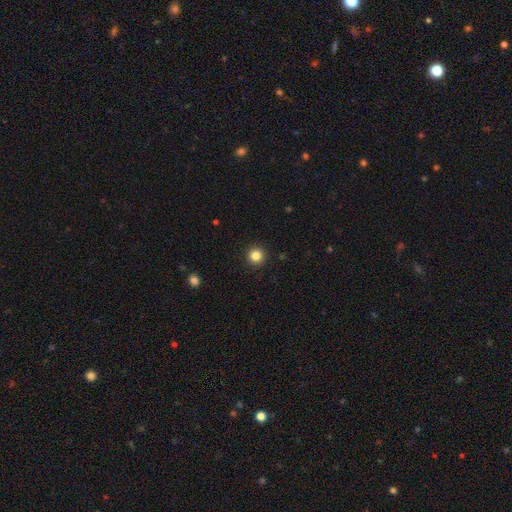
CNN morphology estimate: smooth 83%, star or artifact 12%, featured or disk 5%. Down the decision tree: how rounded — round (96%); merging — none (93%).